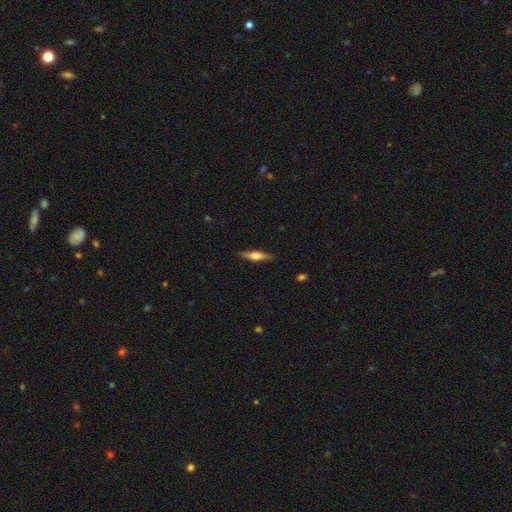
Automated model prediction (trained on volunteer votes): Smooth or featured: featured or disk — 51% (smooth — 43%)
Edge-on disk: yes — 95% (no — 5%)
Merging: none — 88% (minor disturbance — 9%)